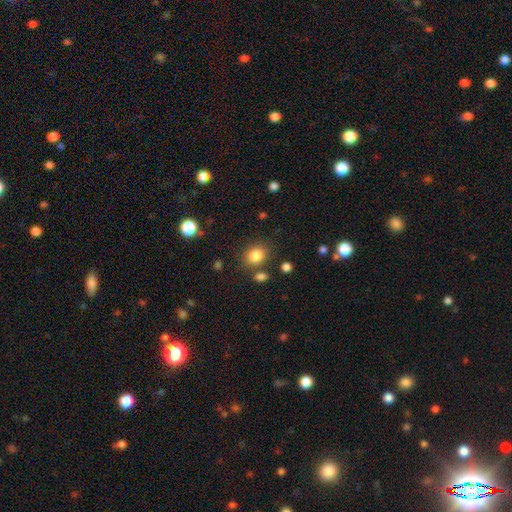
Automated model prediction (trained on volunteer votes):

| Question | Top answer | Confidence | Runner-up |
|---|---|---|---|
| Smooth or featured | smooth | 84% | star or artifact (11%) |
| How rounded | round | 63% | in between (36%) |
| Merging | none | 76% | minor disturbance (11%) |